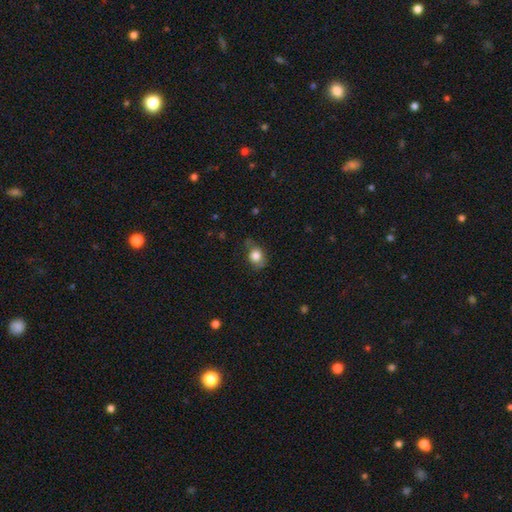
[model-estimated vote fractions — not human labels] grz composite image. It shows a smooth galaxy with no disk features (79%) that is in between round and cigar-shaped (50%). Merging: none (57%).